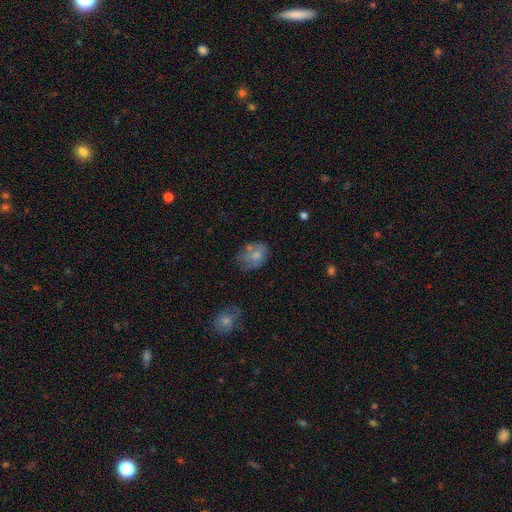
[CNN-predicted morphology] Smooth or featured: smooth — 62% (featured or disk — 29%)
How rounded: in between — 67% (round — 32%)
Merging: none — 49% (minor disturbance — 28%)